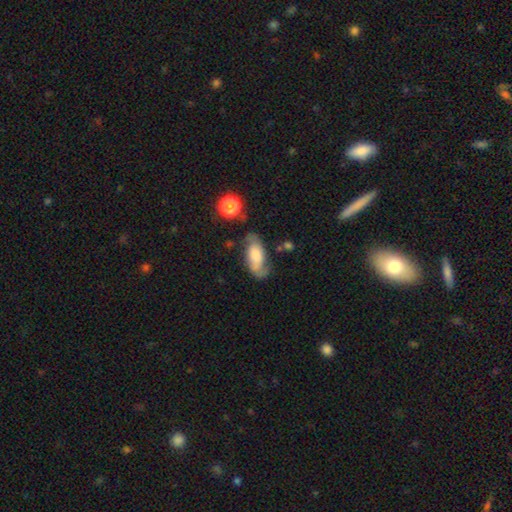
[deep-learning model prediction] This appears to be a smooth galaxy with no disk features (54%) that is in between round and cigar-shaped (87%). Merging: none (52%).